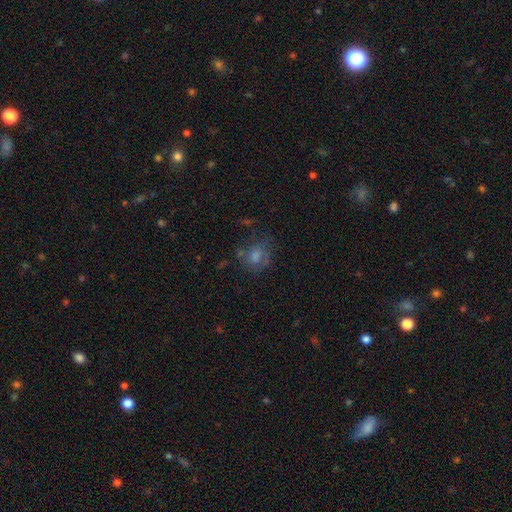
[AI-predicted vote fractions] Smooth or featured?
  - smooth: 44% *
  - featured or disk: 33%
  - star or artifact: 22%
Merging?
  - none: 60% *
  - minor disturbance: 21%
  - major disturbance: 16%
  - merger: 4%